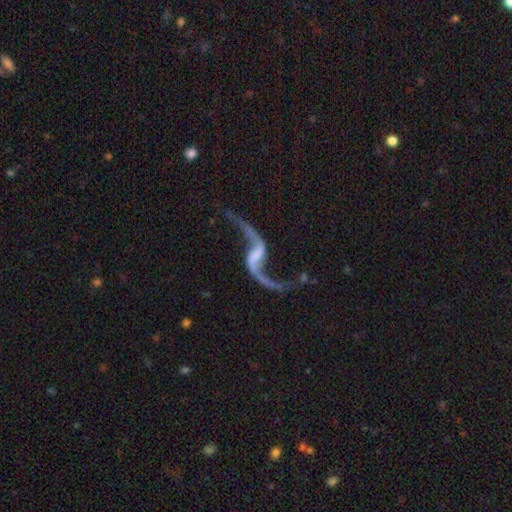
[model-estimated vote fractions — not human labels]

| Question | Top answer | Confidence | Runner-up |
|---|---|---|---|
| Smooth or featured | featured or disk | 92% | star or artifact (5%) |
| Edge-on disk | no | 96% | yes (4%) |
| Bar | weak | 41% | strong (30%) |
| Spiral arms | yes | 97% | no (3%) |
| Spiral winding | loose | 96% | medium (3%) |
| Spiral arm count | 2 | 94% | 1 (2%) |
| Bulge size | none | 58% | small (21%) |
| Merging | none | 67% | minor disturbance (14%) |